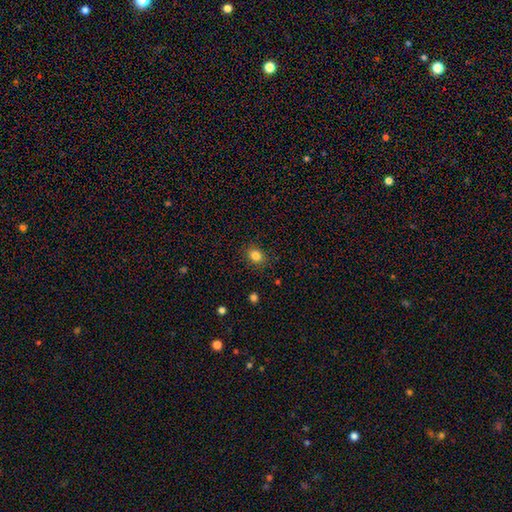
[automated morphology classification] This appears to be a smooth galaxy with no disk features (83%) that is round (56%). Merging: none (88%).